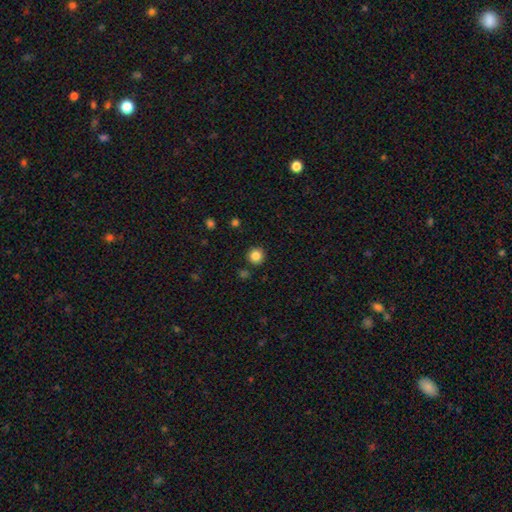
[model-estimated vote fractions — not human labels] Morphology: type=smooth (85%); roundness=round (94%); merging=none (89%).